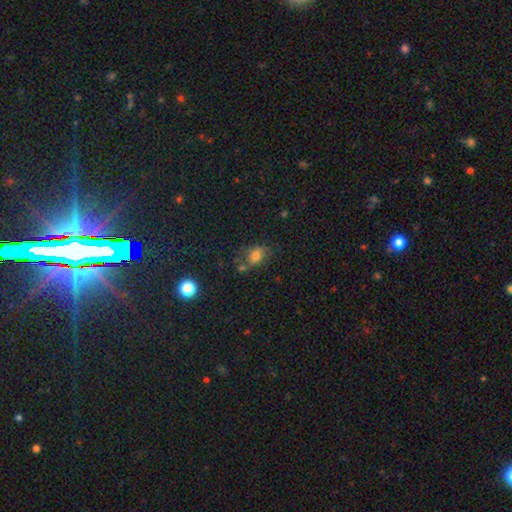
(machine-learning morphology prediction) A smooth galaxy with no disk features (68%) that is in between round and cigar-shaped (69%). Merging: none (50%).